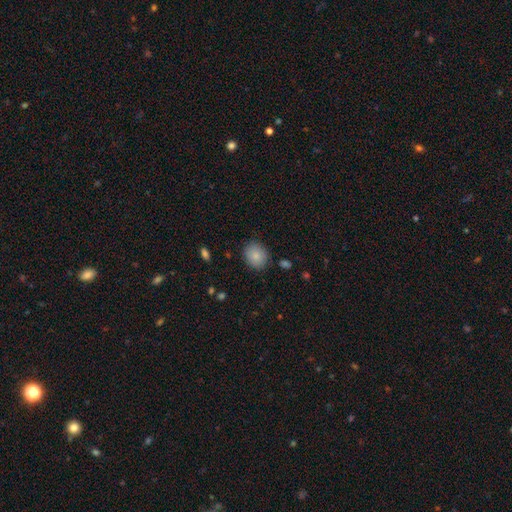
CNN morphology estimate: smooth_or_featured: smooth (p=0.85) [alt: star or artifact p=0.08]
how_rounded: round (p=0.71) [alt: in between p=0.28]
merging: none (p=0.85) [alt: minor disturbance p=0.10]